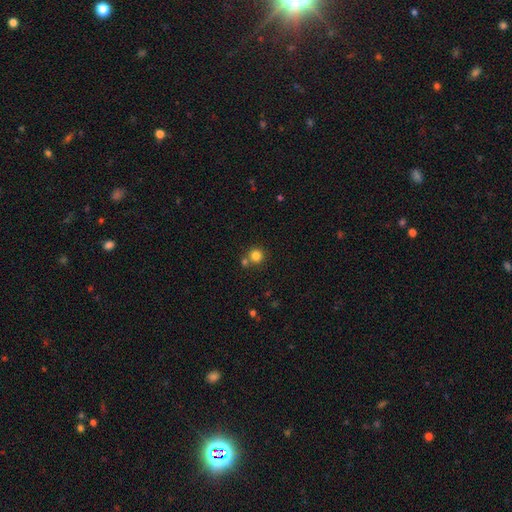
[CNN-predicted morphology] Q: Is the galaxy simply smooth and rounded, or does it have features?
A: smooth — 82%.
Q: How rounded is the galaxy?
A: round — 93%.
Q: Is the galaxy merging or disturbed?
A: none — 67%.